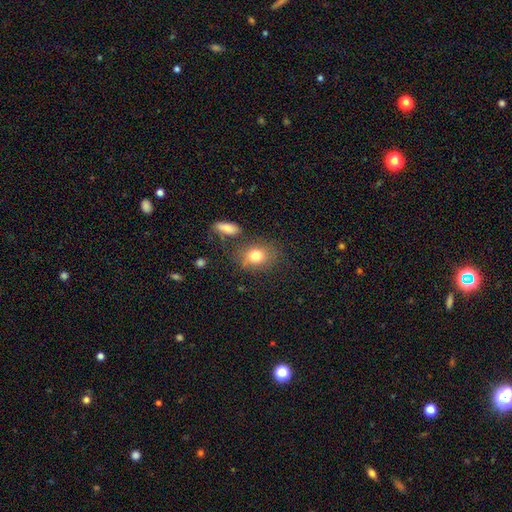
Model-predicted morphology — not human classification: smooth 78%, featured or disk 11%, star or artifact 10%. Down the decision tree: how rounded — round (49%, tied with in between); merging — none (65%).